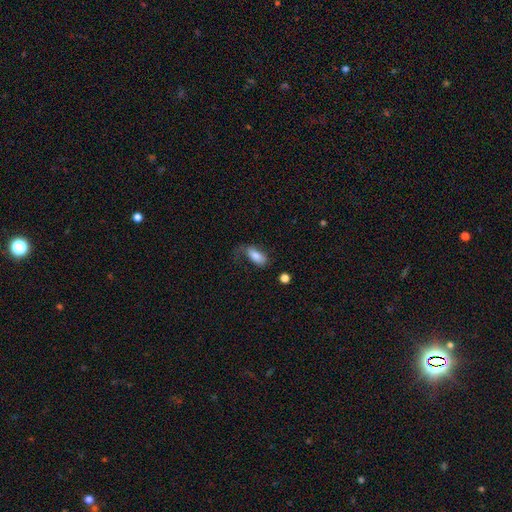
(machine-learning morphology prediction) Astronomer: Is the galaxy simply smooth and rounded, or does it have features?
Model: smooth — 79%.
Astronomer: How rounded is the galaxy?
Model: in between — 89%.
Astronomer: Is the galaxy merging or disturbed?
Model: none — 41% (runner-up: major disturbance, 29%).